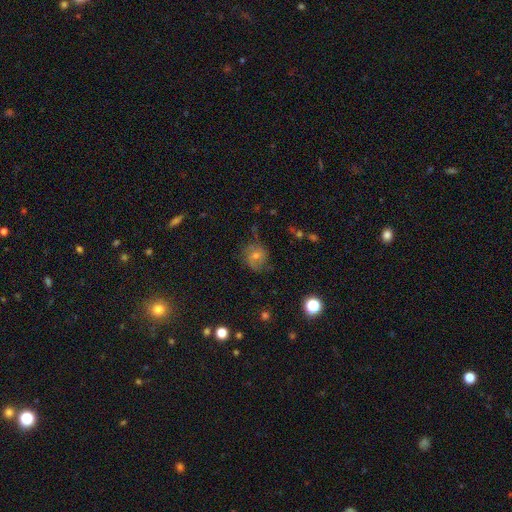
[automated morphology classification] type=featured or disk (49%); merging=none (69%).